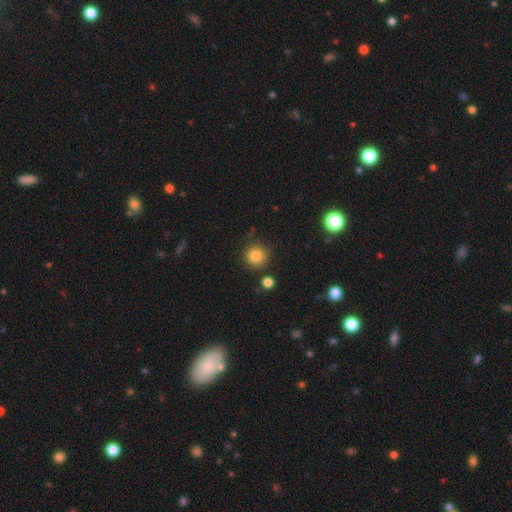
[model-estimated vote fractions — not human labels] This appears to be a smooth galaxy with no disk features (84%) that is round (93%). Merging: none (86%).